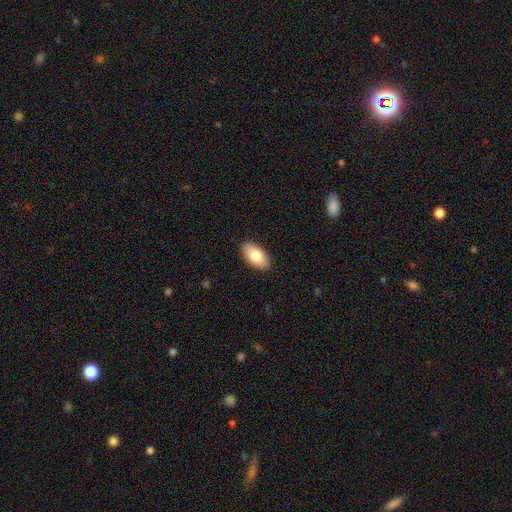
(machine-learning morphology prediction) smooth_or_featured: smooth (p=0.80) [alt: featured or disk p=0.14]
how_rounded: in between (p=0.94) [alt: round p=0.03]
merging: none (p=0.89) [alt: minor disturbance p=0.08]